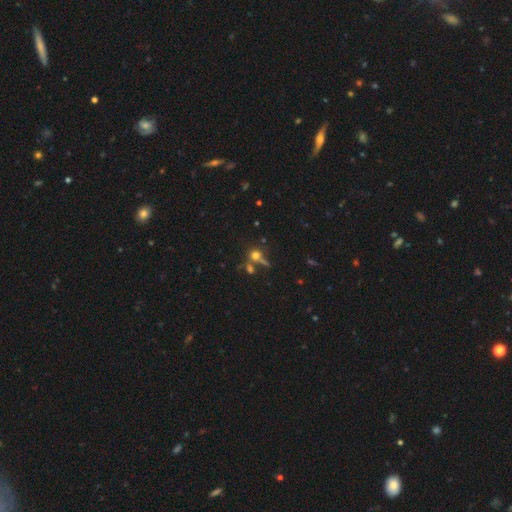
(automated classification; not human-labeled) Morphology: type=smooth (64%); roundness=round (86%); merging=none (55%).